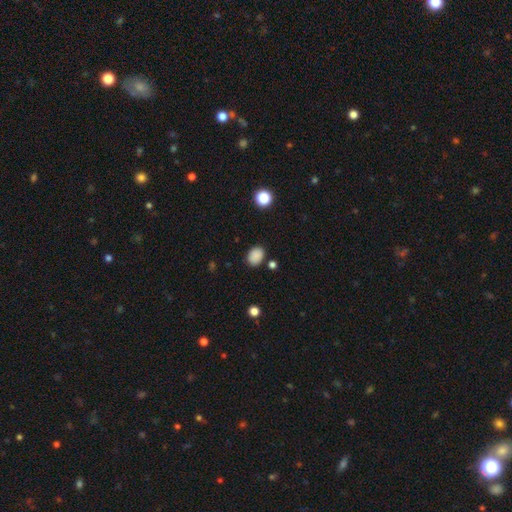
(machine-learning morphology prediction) Smooth or featured? Predicted: smooth (p=0.86). How rounded? Predicted: in between (p=0.63). Merging? Predicted: none (p=0.81).